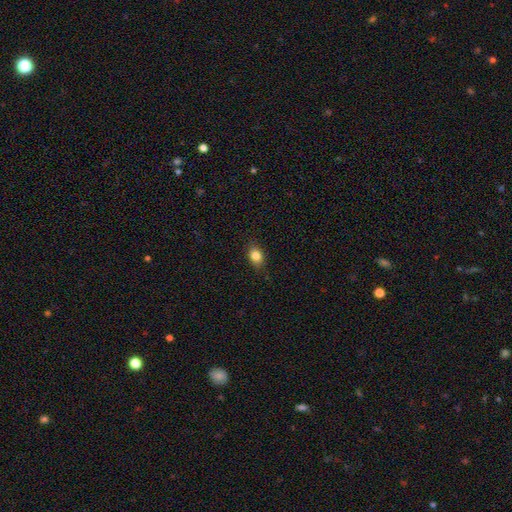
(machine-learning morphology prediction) smooth 83%, star or artifact 10%, featured or disk 7%. Down the decision tree: how rounded — in between (67%); merging — none (85%).